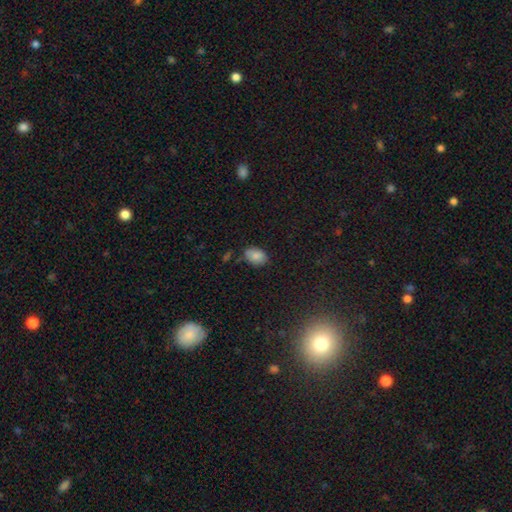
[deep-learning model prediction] smooth-or-featured: smooth: 84% | star or artifact: 10% | featured or disk: 7%
  how-rounded: in between: 84% | round: 15% | cigar-shaped: 1%
  merging: none: 71% | minor disturbance: 21% | major disturbance: 4% | merger: 4%